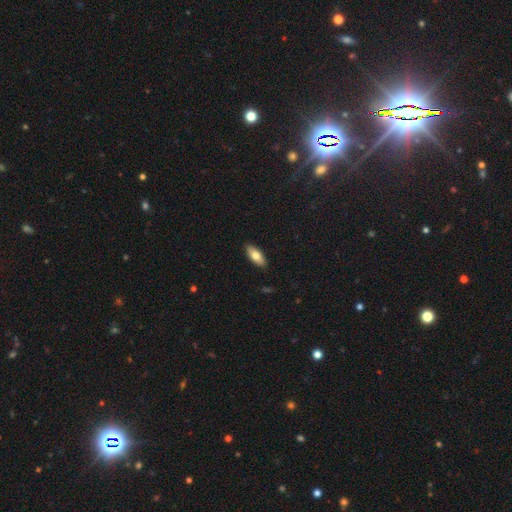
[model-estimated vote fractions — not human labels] The model was most divided on "smooth or featured": smooth: 76%, featured or disk: 18%, star or artifact: 6%. More confident: merging — none (90%); how rounded — in between (84%).